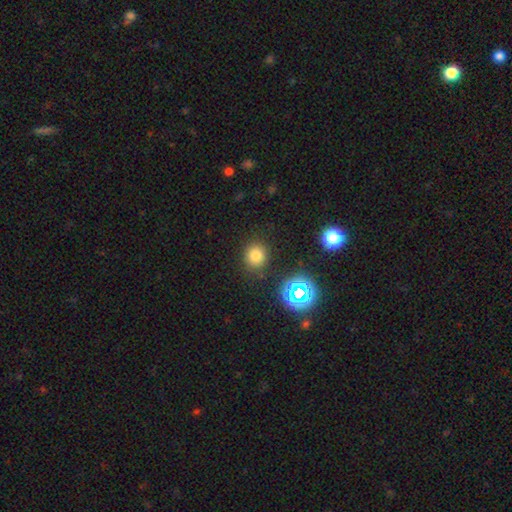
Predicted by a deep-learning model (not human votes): This is likely a smooth galaxy (75%). How rounded: clearly round (87%). Merging: clearly none (87%).